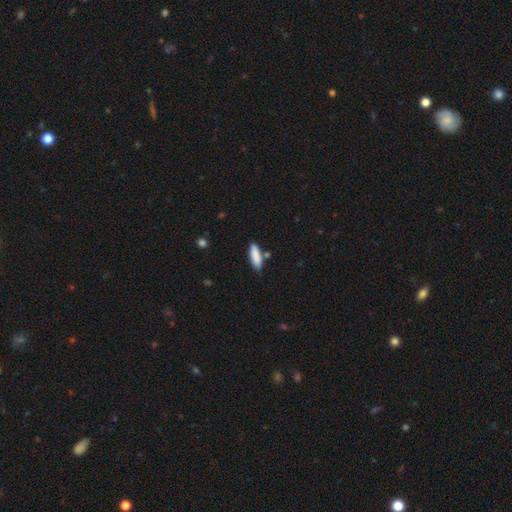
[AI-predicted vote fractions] smooth 87%, featured or disk 7%, star or artifact 6%. Down the decision tree: how rounded — in between (50%); merging — none (73%).